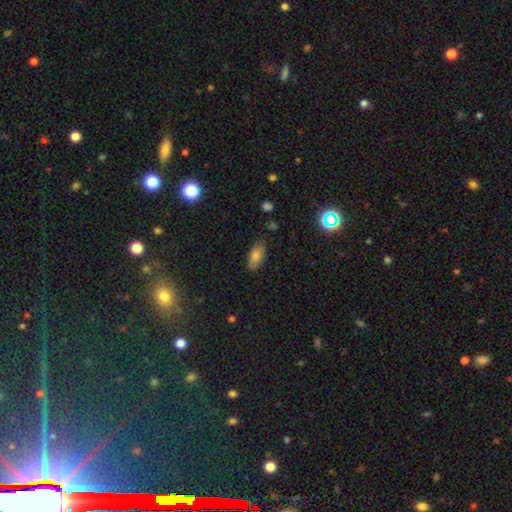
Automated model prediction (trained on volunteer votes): Smooth or featured?
  - smooth: 73% *
  - featured or disk: 15%
  - star or artifact: 13%
How rounded?
  - in between: 89% *
  - cigar-shaped: 7%
  - round: 4%
Merging?
  - none: 81% *
  - minor disturbance: 14%
  - major disturbance: 3%
  - merger: 2%